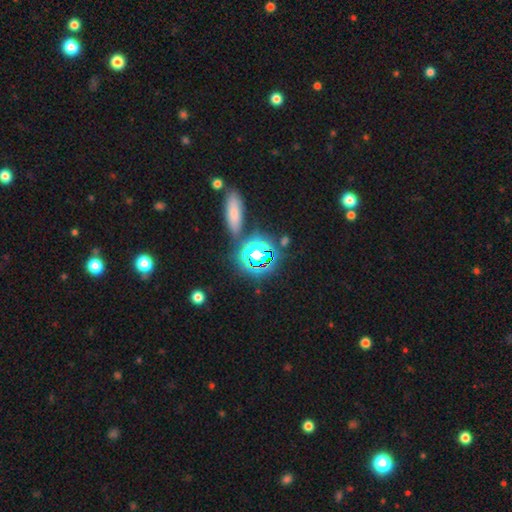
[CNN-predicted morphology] Smooth or featured: star or artifact — 65% (smooth — 25%)